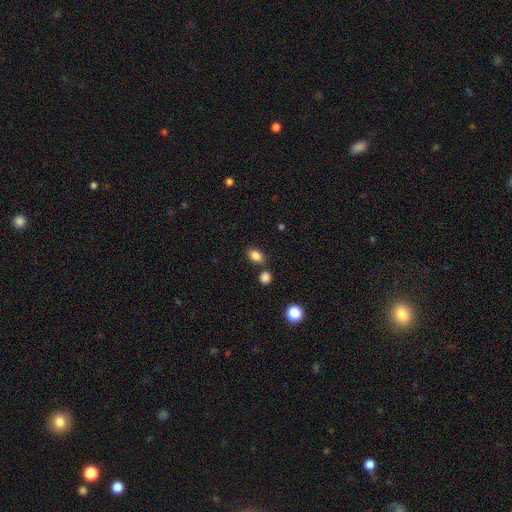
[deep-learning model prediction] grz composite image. It shows a smooth galaxy with no disk features (85%) that is in between round and cigar-shaped (79%). Merging: none (73%).